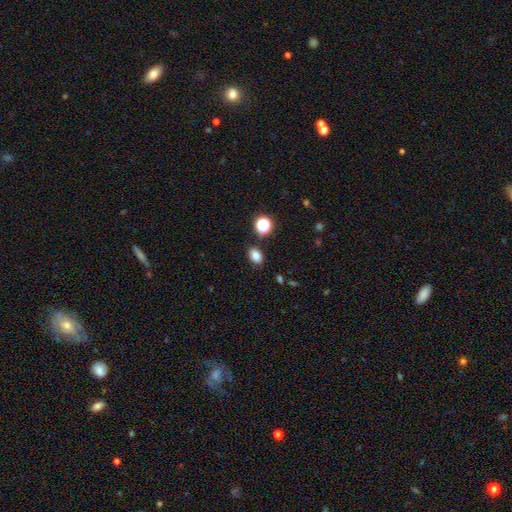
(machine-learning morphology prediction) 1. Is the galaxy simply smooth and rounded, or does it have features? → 80% smooth, 14% star or artifact, 6% featured or disk.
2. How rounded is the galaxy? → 74% in between, 25% round, 1% cigar-shaped.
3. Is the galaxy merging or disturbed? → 85% none, 9% minor disturbance, 4% merger, 2% major disturbance.